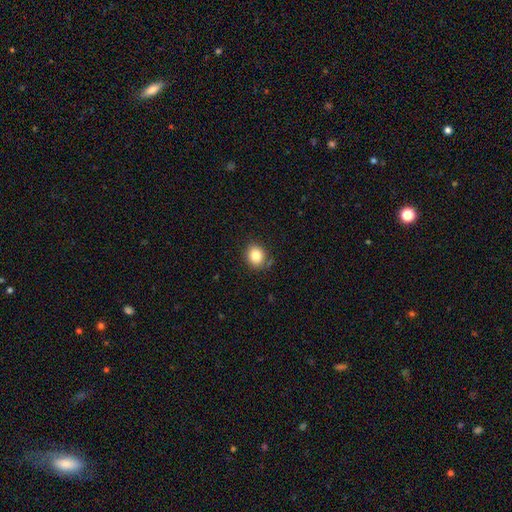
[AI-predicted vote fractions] Overall: smooth (82%). How rounded: round (72%). Merging: none (81%).